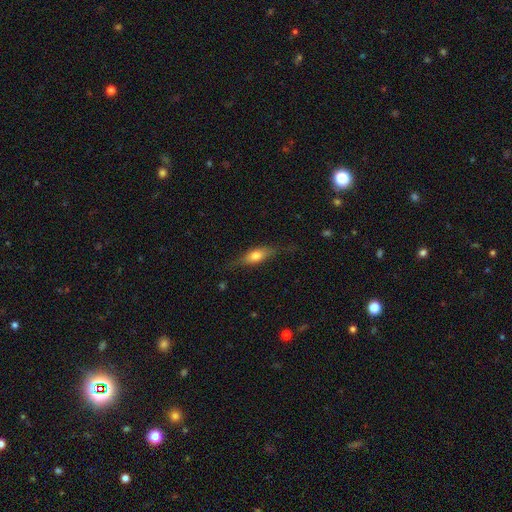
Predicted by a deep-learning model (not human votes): Smooth or featured? smooth (58%)
How rounded? in between (55%)
Merging? none (71%)